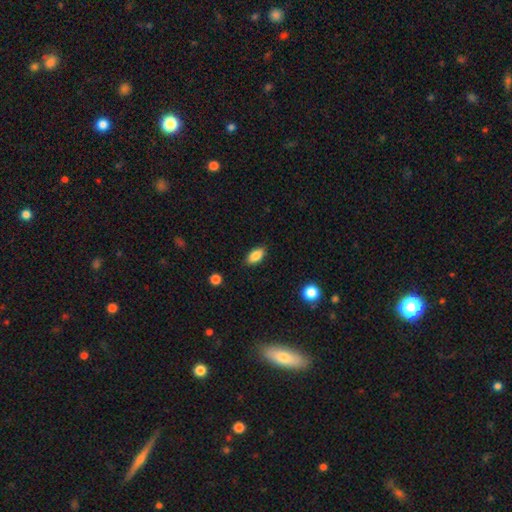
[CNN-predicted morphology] Smooth or featured?
  - smooth: 86% *
  - star or artifact: 8%
  - featured or disk: 7%
How rounded?
  - in between: 89% *
  - cigar-shaped: 8%
  - round: 4%
Merging?
  - none: 87% *
  - minor disturbance: 10%
  - major disturbance: 2%
  - merger: 1%